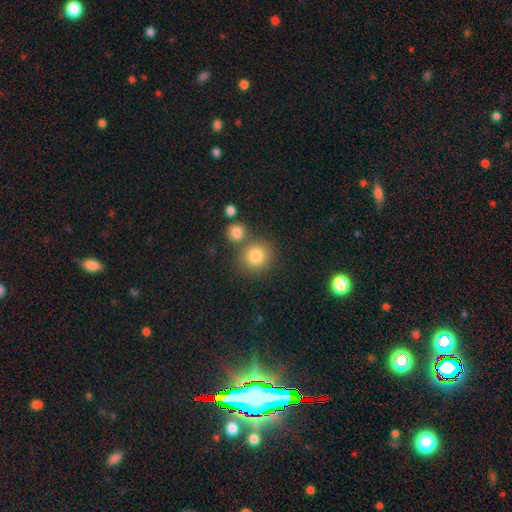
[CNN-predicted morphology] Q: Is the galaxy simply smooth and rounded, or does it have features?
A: smooth — 81%.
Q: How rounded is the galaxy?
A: round — 85%.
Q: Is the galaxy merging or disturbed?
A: none — 68%.